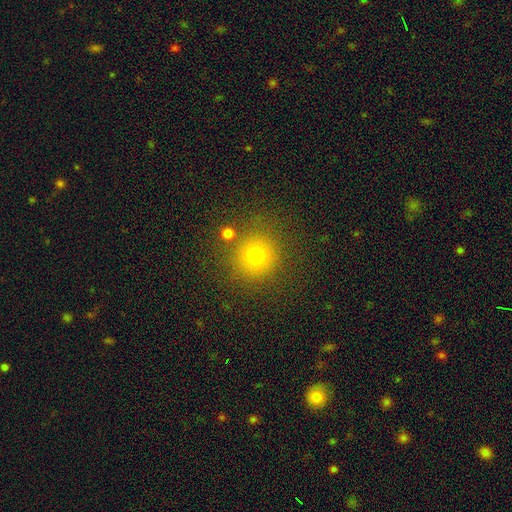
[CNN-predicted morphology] Smooth or featured?
  - smooth: 76% *
  - star or artifact: 17%
  - featured or disk: 7%
How rounded?
  - round: 92% *
  - in between: 7%
  - cigar-shaped: 1%
Merging?
  - none: 82% *
  - minor disturbance: 9%
  - merger: 5%
  - major disturbance: 4%